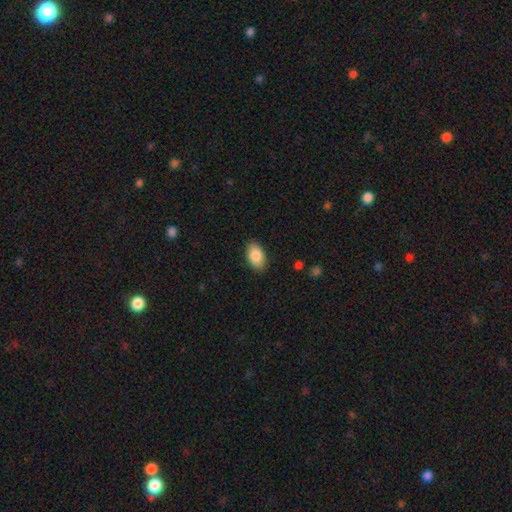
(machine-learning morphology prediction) A smooth galaxy with no disk features (88%) that is in between round and cigar-shaped (93%).

Vote fractions:
- Smooth or featured? smooth: 88% / star or artifact: 7% / featured or disk: 6%
- How rounded? in between: 93% / round: 6% / cigar-shaped: 1%
- Merging? none: 87% / minor disturbance: 9% / major disturbance: 2% / merger: 1%